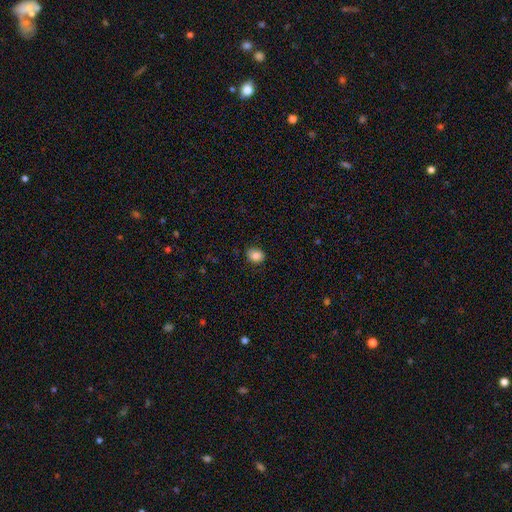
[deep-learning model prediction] The model was most divided on "how rounded": round: 59%, in between: 40%, cigar-shaped: 1%. More confident: merging — none (84%); smooth or featured — smooth (83%).